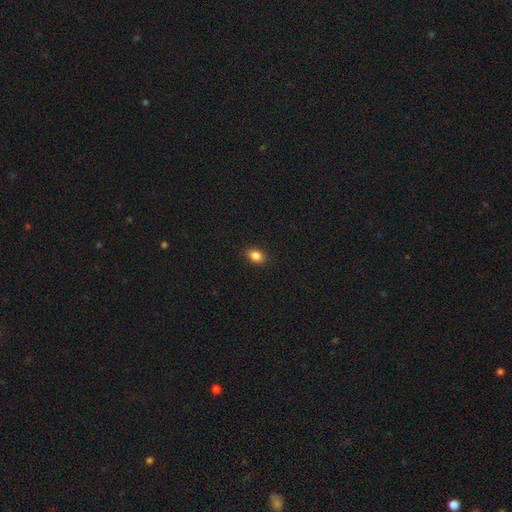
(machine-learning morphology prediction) Smooth or featured?
  - smooth: 86% *
  - star or artifact: 10%
  - featured or disk: 5%
How rounded?
  - in between: 74% *
  - round: 25%
  - cigar-shaped: 1%
Merging?
  - none: 90% *
  - minor disturbance: 7%
  - major disturbance: 2%
  - merger: 1%